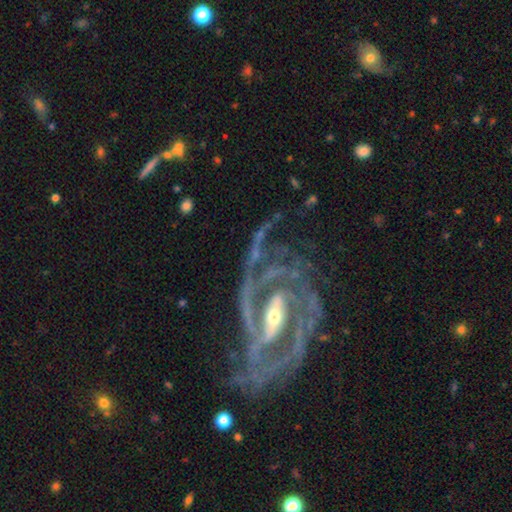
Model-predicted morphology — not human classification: This is clearly a featured or disk galaxy (91%). It is clearly not viewed edge-on (96%). Bar: possibly strong (51%). Spiral arm pattern: clearly yes (97%). Spiral arm count: possibly 2 (50%). Spiral winding: marginally medium (43%, tied with tight). Central bulge: possibly small (52%). Merging: possibly none (56%).